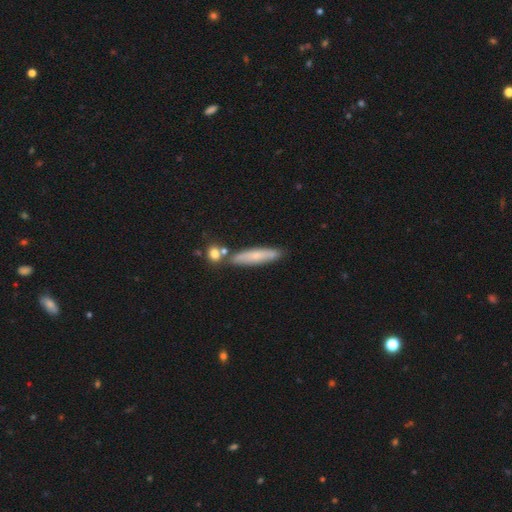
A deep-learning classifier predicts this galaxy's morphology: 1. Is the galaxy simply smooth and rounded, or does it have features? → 62% smooth, 30% featured or disk, 8% star or artifact.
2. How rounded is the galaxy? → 84% cigar-shaped, 14% in between, 2% round.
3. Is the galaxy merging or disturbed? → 75% none, 13% minor disturbance, 9% merger, 3% major disturbance.